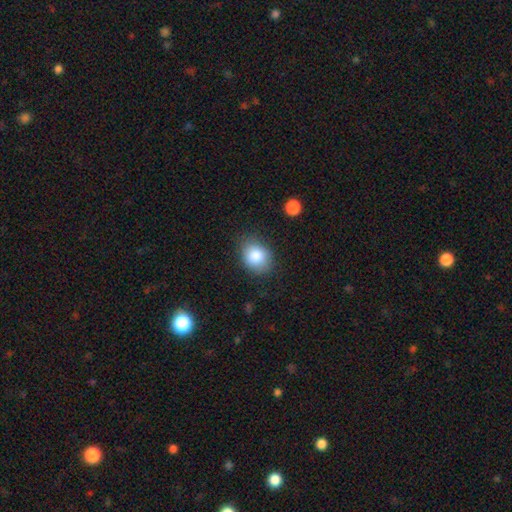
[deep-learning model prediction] smooth-or-featured: smooth: 83% | star or artifact: 9% | featured or disk: 8%
  how-rounded: round: 51% | in between: 48% | cigar-shaped: 1%
  merging: none: 78% | minor disturbance: 16% | major disturbance: 4% | merger: 2%